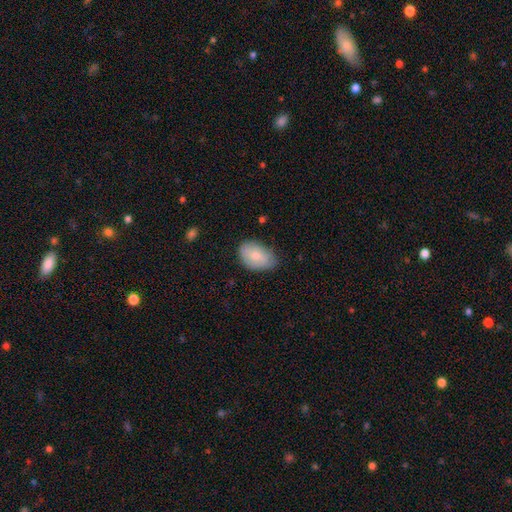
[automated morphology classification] Overall: smooth (78%). How rounded: in between (90%). Merging: none (67%).